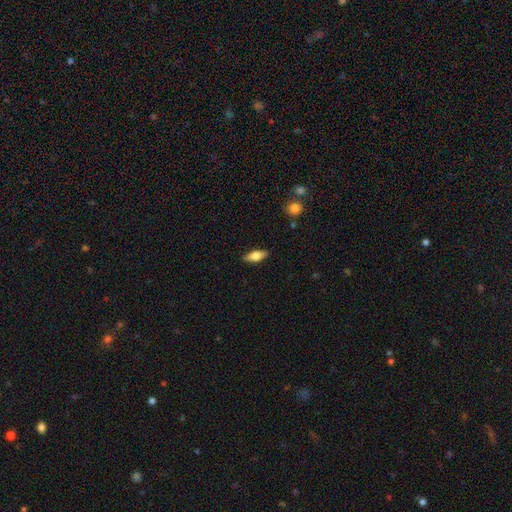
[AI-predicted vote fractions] Smooth or featured: smooth — 67% (featured or disk — 26%)
How rounded: in between — 73% (cigar-shaped — 24%)
Merging: none — 88% (minor disturbance — 9%)